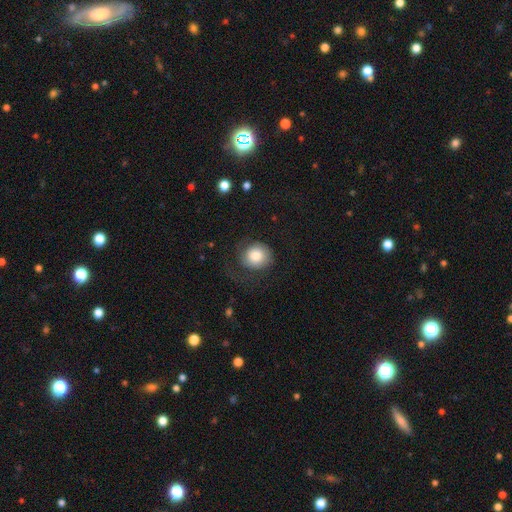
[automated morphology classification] Smooth or featured: smooth — 74% (featured or disk — 19%)
How rounded: round — 82% (in between — 17%)
Merging: none — 57% (major disturbance — 23%)